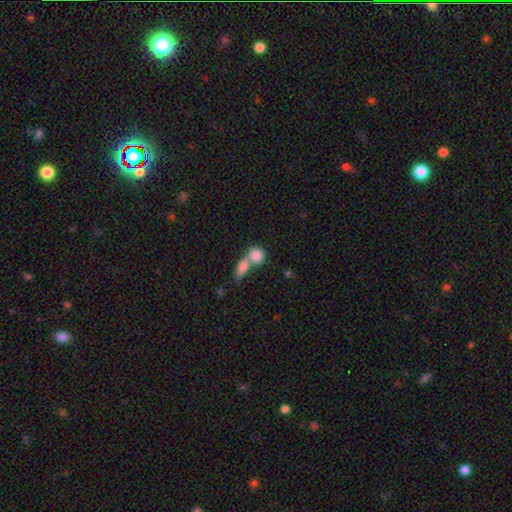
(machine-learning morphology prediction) A smooth galaxy with no disk features (84%) that is round (54%).

Vote fractions:
- Smooth or featured? smooth: 84% / featured or disk: 9% / star or artifact: 7%
- How rounded? round: 54% / in between: 42% / cigar-shaped: 4%
- Merging? merger: 65% / none: 25% / minor disturbance: 6% / major disturbance: 4%